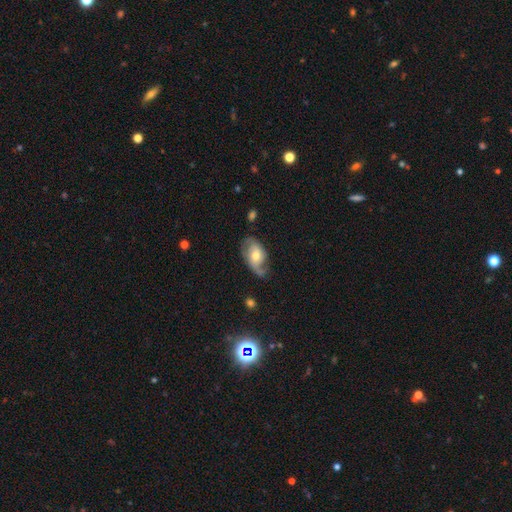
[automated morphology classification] smooth-or-featured: featured or disk: 64% | smooth: 29% | star or artifact: 7%
  disk-edge-on: no: 94% | yes: 6%
    bar: no: 58% | weak: 34% | strong: 8%
    has-spiral-arms: yes: 86% | no: 14%
      spiral-winding: loose: 43% | medium: 39% | tight: 18%
      spiral-arm-count: 2: 71% | 1: 15% | can't tell: 10% | 3: 2% | 4: 1% | more than 4: 1%
    bulge-size: moderate: 64% | small: 24% | large: 9% | none: 2% | dominant: 1%
  merging: none: 57% | minor disturbance: 27% | major disturbance: 13% | merger: 3%